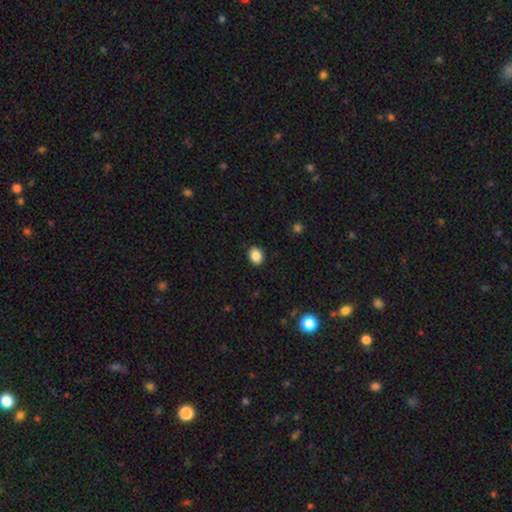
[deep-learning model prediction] Q: Smooth or featured?
A: smooth (87%); runner-up: star or artifact (9%)
Q: How rounded?
A: in between (61%); runner-up: round (38%)
Q: Merging?
A: none (89%); runner-up: minor disturbance (8%)